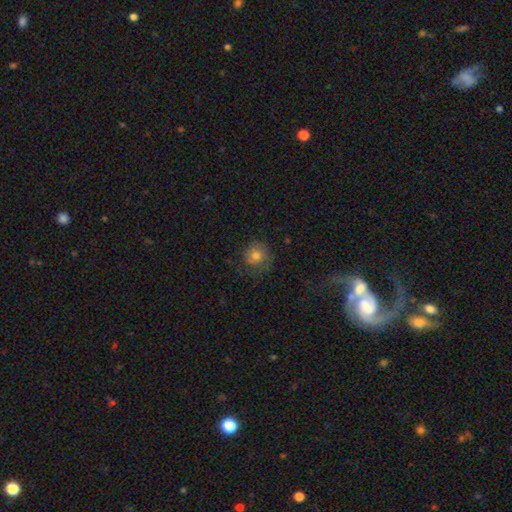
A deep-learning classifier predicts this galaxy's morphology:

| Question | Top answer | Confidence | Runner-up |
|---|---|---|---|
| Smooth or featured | smooth | 71% | featured or disk (18%) |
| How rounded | round | 89% | in between (10%) |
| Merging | none | 67% | minor disturbance (19%) |